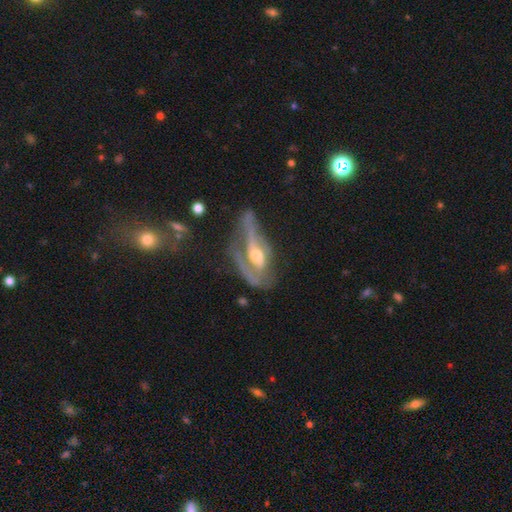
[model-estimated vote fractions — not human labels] Smooth or featured?
  - featured or disk: 76% *
  - smooth: 16%
  - star or artifact: 8%
Edge-on disk?
  - no: 73% *
  - yes: 27%
Bar?
  - no: 55% *
  - weak: 30%
  - strong: 16%
Spiral arms?
  - yes: 60% *
  - no: 40%
Bulge size?
  - moderate: 64% *
  - small: 24%
  - large: 8%
  - none: 3%
  - dominant: 1%
Merging?
  - major disturbance: 43% *
  - none: 27%
  - minor disturbance: 23%
  - merger: 8%